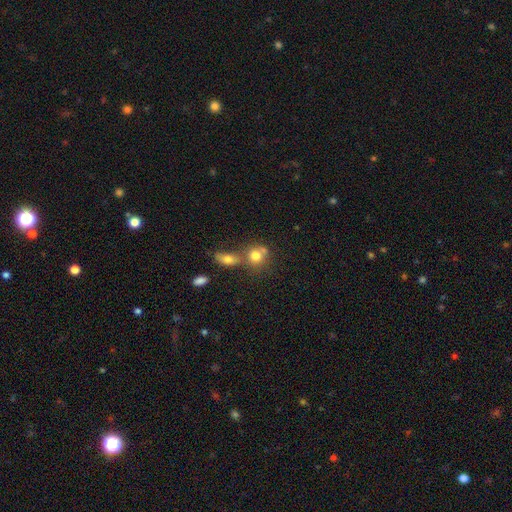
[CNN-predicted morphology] Smooth or featured?
  - smooth: 76% *
  - featured or disk: 13%
  - star or artifact: 11%
How rounded?
  - round: 75% *
  - in between: 23%
  - cigar-shaped: 2%
Merging?
  - merger: 46% *
  - none: 39%
  - minor disturbance: 10%
  - major disturbance: 5%